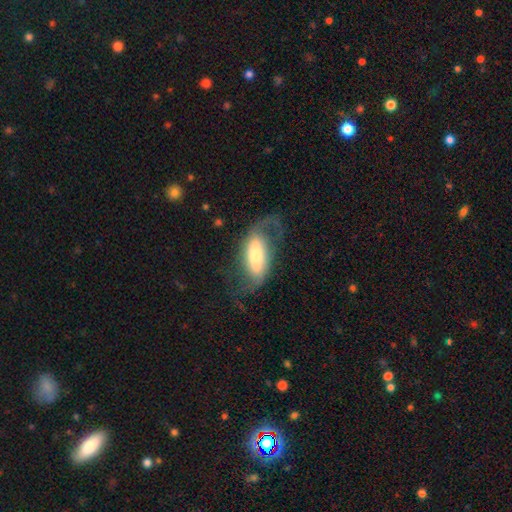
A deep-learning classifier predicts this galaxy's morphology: Smooth or featured?
  - featured or disk: 61% *
  - smooth: 33%
  - star or artifact: 6%
Edge-on disk?
  - no: 85% *
  - yes: 15%
Bar?
  - strong: 50% *
  - weak: 28%
  - no: 22%
Spiral arms?
  - yes: 78% *
  - no: 22%
Bulge size?
  - moderate: 50% *
  - large: 25%
  - small: 17%
  - dominant: 6%
  - none: 2%
Merging?
  - none: 52% *
  - major disturbance: 26%
  - minor disturbance: 20%
  - merger: 2%